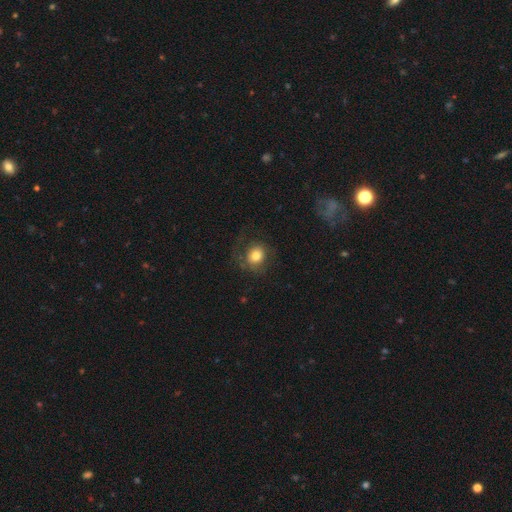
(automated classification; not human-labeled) Overall: smooth (72%). How rounded: round (79%). Merging: none (63%).